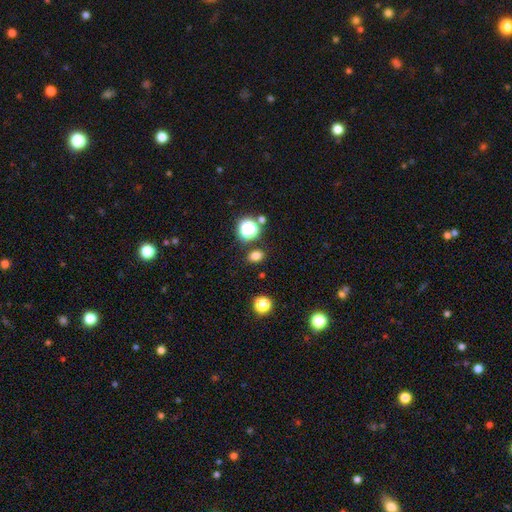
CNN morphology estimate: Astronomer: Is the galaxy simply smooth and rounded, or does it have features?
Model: smooth — 77%.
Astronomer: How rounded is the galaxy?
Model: in between — 59% (runner-up: round, 39%).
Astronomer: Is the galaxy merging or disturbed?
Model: none — 84%.